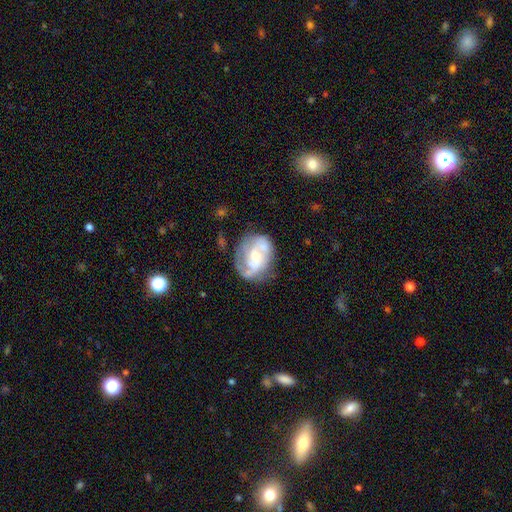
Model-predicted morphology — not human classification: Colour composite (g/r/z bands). It shows a featured or disk galaxy (70%) with no bar (65%), spiral arms (72%) and a moderate central bulge (43%). Merging: none (50%).